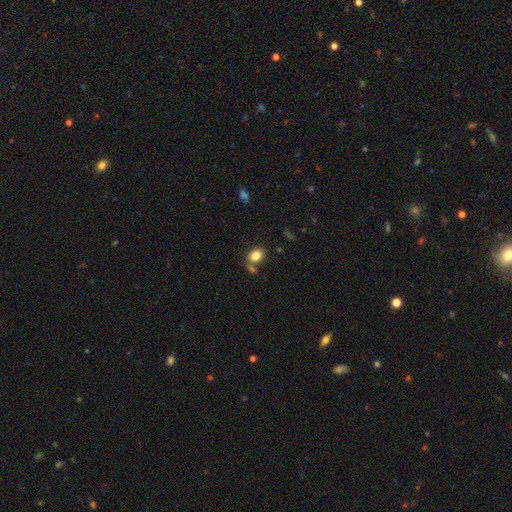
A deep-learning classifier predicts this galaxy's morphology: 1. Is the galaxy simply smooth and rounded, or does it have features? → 83% smooth, 9% star or artifact, 8% featured or disk.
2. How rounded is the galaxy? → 59% in between, 40% round, 1% cigar-shaped.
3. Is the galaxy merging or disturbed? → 64% none, 18% merger, 13% minor disturbance, 4% major disturbance.